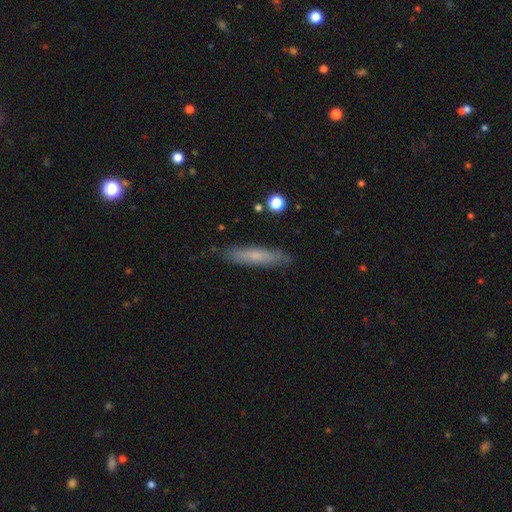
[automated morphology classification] Smooth or featured? Predicted: smooth (p=0.58). How rounded? Predicted: cigar-shaped (p=0.85). Merging? Predicted: none (p=0.82).